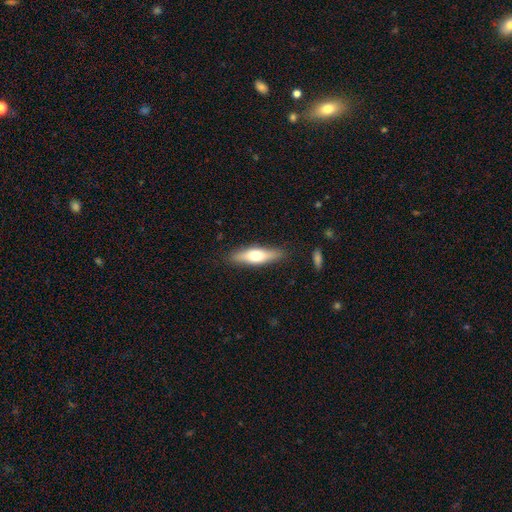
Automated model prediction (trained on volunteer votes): smooth 53%, featured or disk 41%, star or artifact 6%. Down the decision tree: how rounded — cigar-shaped (61%); merging — none (87%).